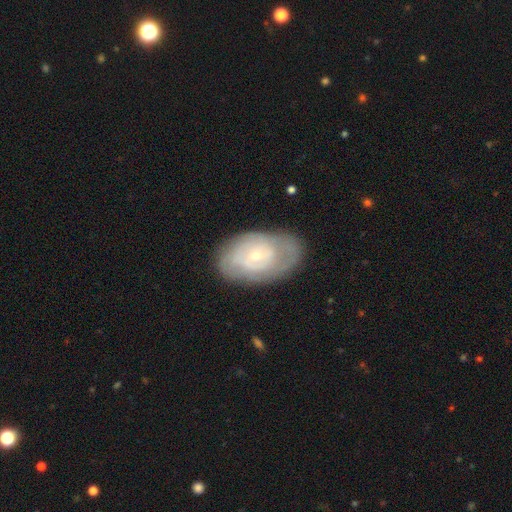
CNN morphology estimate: This appears to be a featured or disk galaxy (64%) with no bar (77%), spiral arms (64%) and a small central bulge (74%). Merging: none (70%).